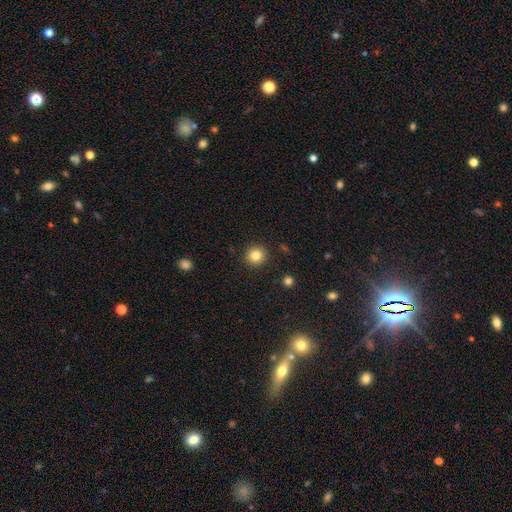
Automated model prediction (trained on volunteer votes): Smooth or featured?
  - smooth: 82% *
  - star or artifact: 11%
  - featured or disk: 7%
How rounded?
  - round: 94% *
  - in between: 5%
  - cigar-shaped: 1%
Merging?
  - none: 91% *
  - minor disturbance: 5%
  - major disturbance: 2%
  - merger: 1%